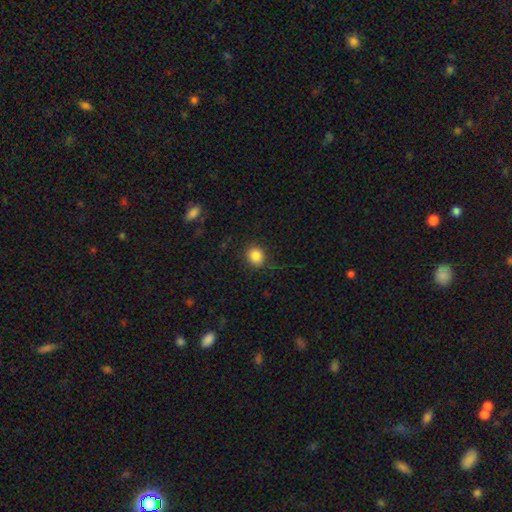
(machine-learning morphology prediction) A smooth galaxy with no disk features (86%) that is round (80%).

Vote fractions:
- Smooth or featured? smooth: 86% / star or artifact: 10% / featured or disk: 4%
- How rounded? round: 80% / in between: 19% / cigar-shaped: 1%
- Merging? none: 85% / minor disturbance: 10% / major disturbance: 3% / merger: 1%